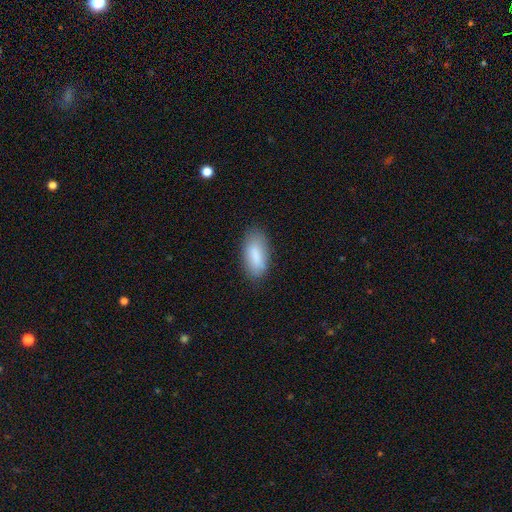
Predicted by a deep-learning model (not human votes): Smooth or featured?
  - smooth: 84% *
  - featured or disk: 9%
  - star or artifact: 7%
How rounded?
  - in between: 89% *
  - cigar-shaped: 8%
  - round: 2%
Merging?
  - none: 80% *
  - minor disturbance: 15%
  - major disturbance: 4%
  - merger: 1%